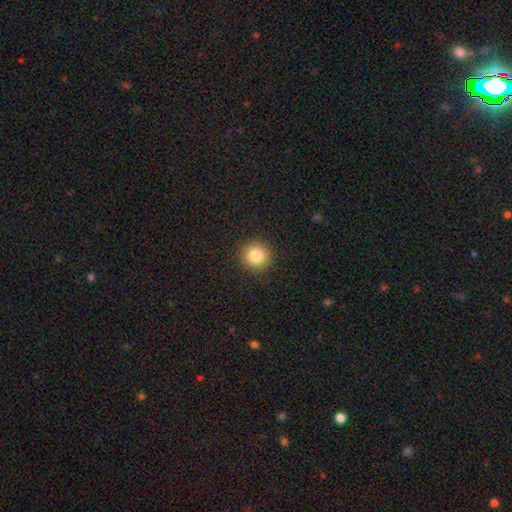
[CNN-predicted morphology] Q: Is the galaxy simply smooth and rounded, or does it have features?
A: smooth — 84%.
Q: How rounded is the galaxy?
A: round — 94%.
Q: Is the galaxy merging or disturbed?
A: none — 92%.